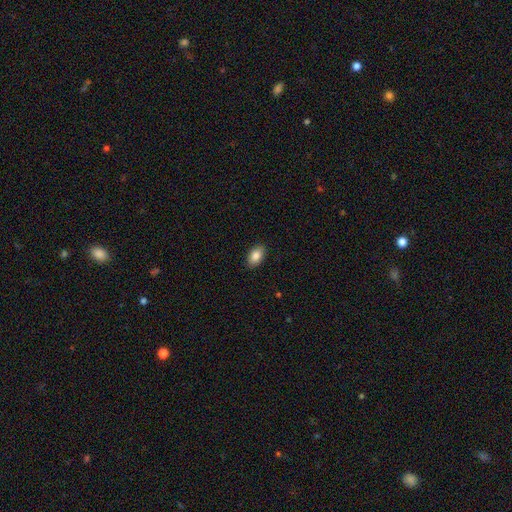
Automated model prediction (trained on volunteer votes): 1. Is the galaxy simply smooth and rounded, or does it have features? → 86% smooth, 7% star or artifact, 7% featured or disk.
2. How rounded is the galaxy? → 92% in between, 6% round, 2% cigar-shaped.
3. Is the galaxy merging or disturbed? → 89% none, 8% minor disturbance, 2% major disturbance, 1% merger.